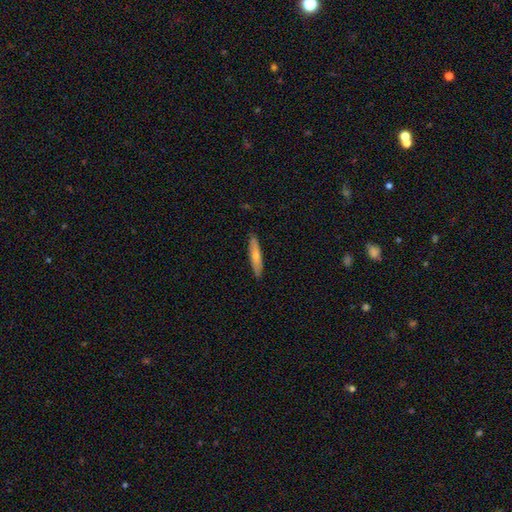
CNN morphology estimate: This appears to be a smooth galaxy with no disk features (63%) that is cigar-shaped (82%). Merging: none (88%).